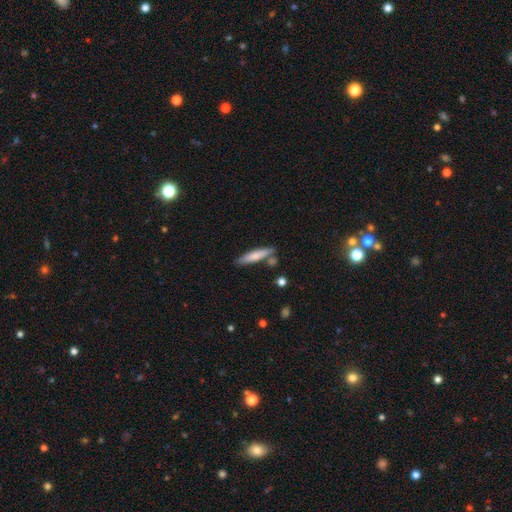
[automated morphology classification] type=smooth (71%); roundness=cigar-shaped (83%); merging=none (74%).